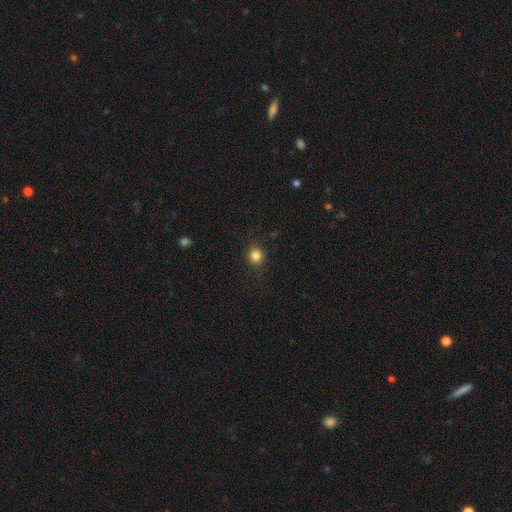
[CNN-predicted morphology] Q: Smooth or featured?
A: smooth (84%); runner-up: star or artifact (12%)
Q: How rounded?
A: round (82%); runner-up: in between (17%)
Q: Merging?
A: none (87%); runner-up: minor disturbance (9%)